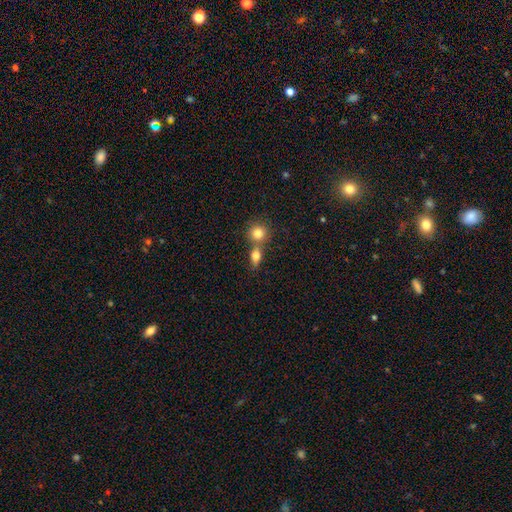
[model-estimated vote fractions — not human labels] Morphology: type=smooth (79%); roundness=in between (61%); merging=merger (45%).